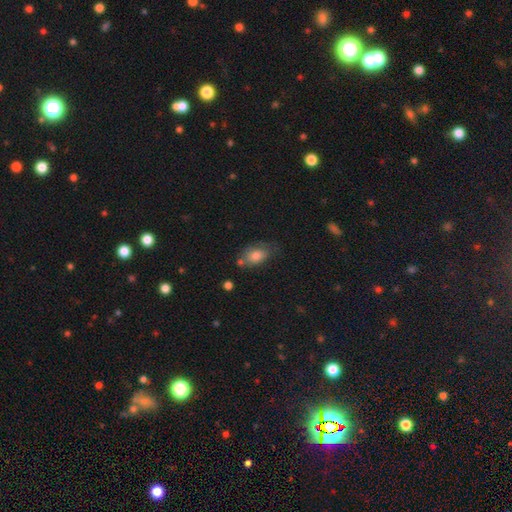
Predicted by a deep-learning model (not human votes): This is likely a smooth galaxy (80%). How rounded: clearly in between (85%). Merging: possibly none (54%).